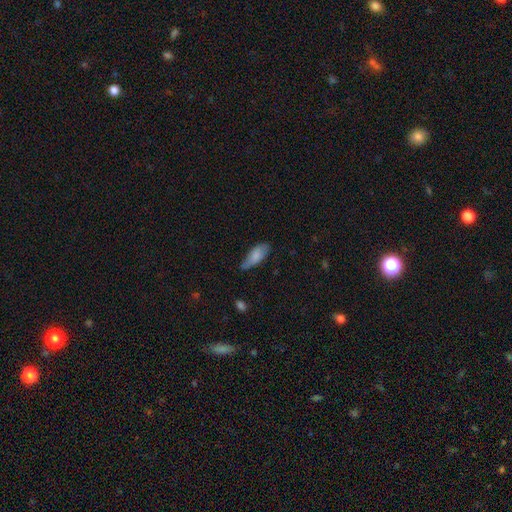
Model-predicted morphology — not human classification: Smooth or featured?
  - smooth: 80% *
  - featured or disk: 14%
  - star or artifact: 6%
How rounded?
  - in between: 75% *
  - cigar-shaped: 23%
  - round: 2%
Merging?
  - none: 53% *
  - minor disturbance: 37%
  - major disturbance: 8%
  - merger: 2%